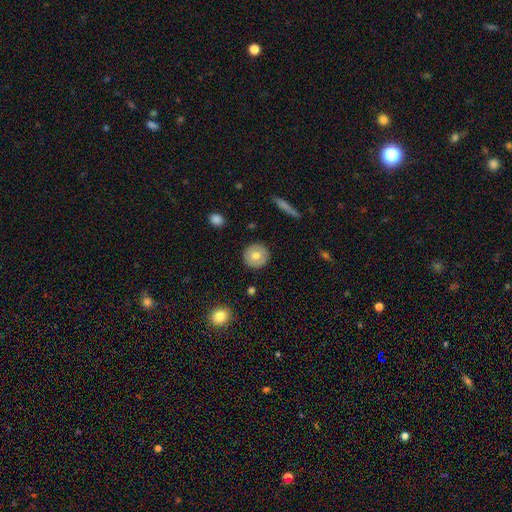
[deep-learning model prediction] smooth 74%, featured or disk 19%, star or artifact 7%. Down the decision tree: how rounded — round (93%); merging — none (91%).